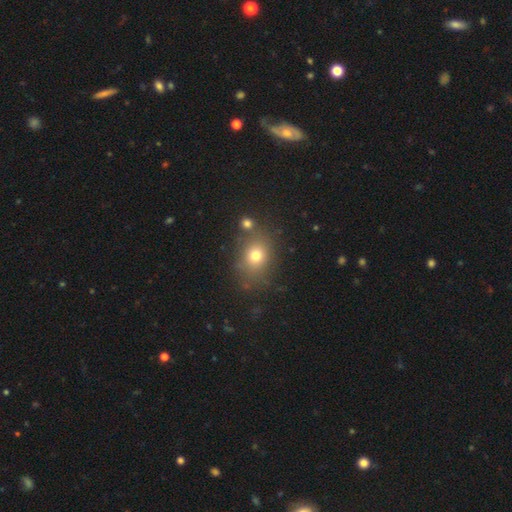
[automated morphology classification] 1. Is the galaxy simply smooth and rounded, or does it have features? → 74% smooth, 15% star or artifact, 11% featured or disk.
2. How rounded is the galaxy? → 53% round, 46% in between, 1% cigar-shaped.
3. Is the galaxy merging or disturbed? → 73% none, 12% minor disturbance, 9% merger, 5% major disturbance.